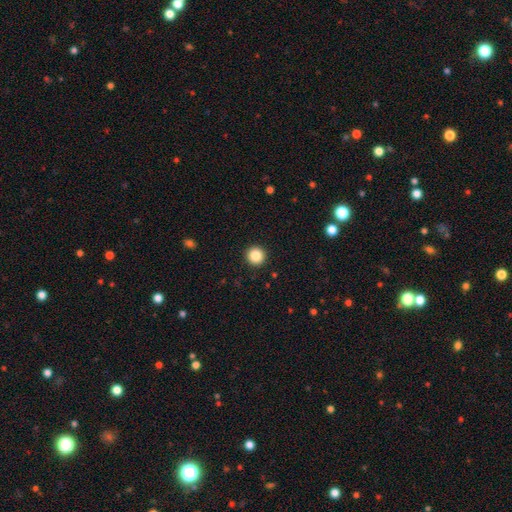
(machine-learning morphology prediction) smooth_or_featured: smooth (p=0.86) [alt: star or artifact p=0.10]
how_rounded: round (p=0.96) [alt: in between p=0.03]
merging: none (p=0.93) [alt: minor disturbance p=0.04]